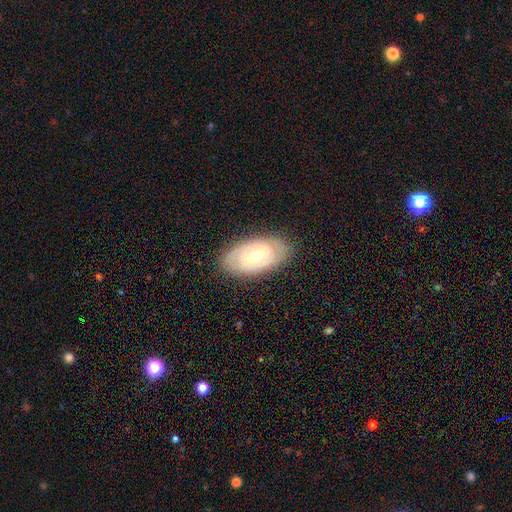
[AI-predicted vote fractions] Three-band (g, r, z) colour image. It shows a featured or disk galaxy (57%) with no bar (62%), spiral arms (60%) and a moderate central bulge (59%). Merging: none (82%).